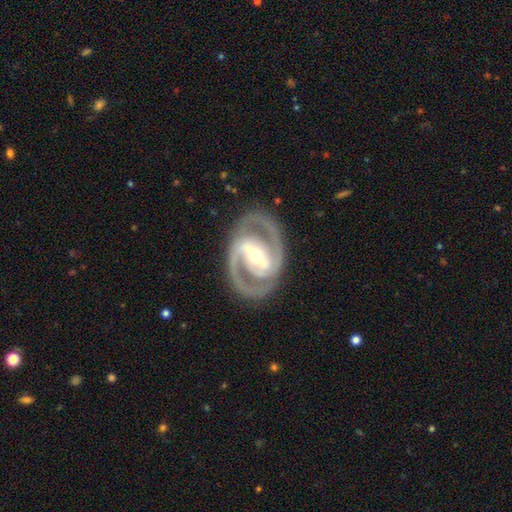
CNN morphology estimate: Smooth or featured? featured or disk (91%)
Edge-on disk? no (97%)
Bar? strong (69%)
Spiral arms? yes (95%)
Spiral winding? medium (47%)
Spiral arm count? 2 (92%)
Bulge size? moderate (60%)
Merging? none (85%)